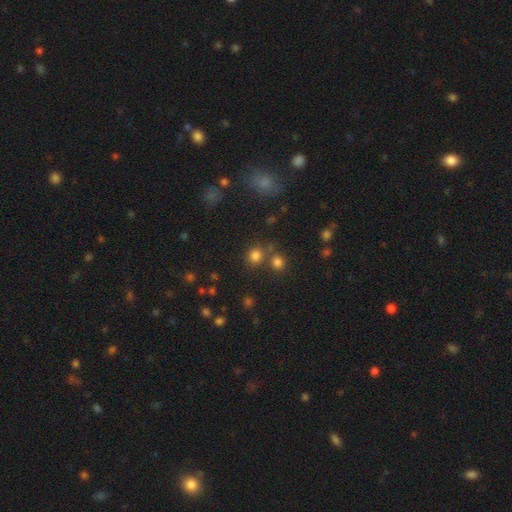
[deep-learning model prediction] The model was most divided on "merging": none: 71%, merger: 17%, minor disturbance: 8%, major disturbance: 4%. More confident: how rounded — round (88%); smooth or featured — smooth (77%).